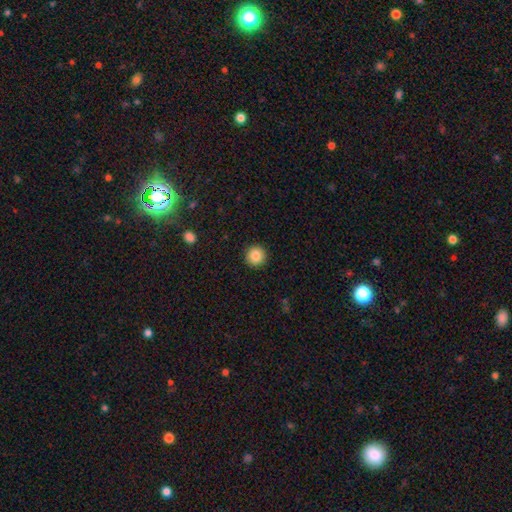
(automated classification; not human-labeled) Smooth or featured: smooth — 85% (star or artifact — 9%)
How rounded: round — 94% (in between — 5%)
Merging: none — 92% (minor disturbance — 5%)